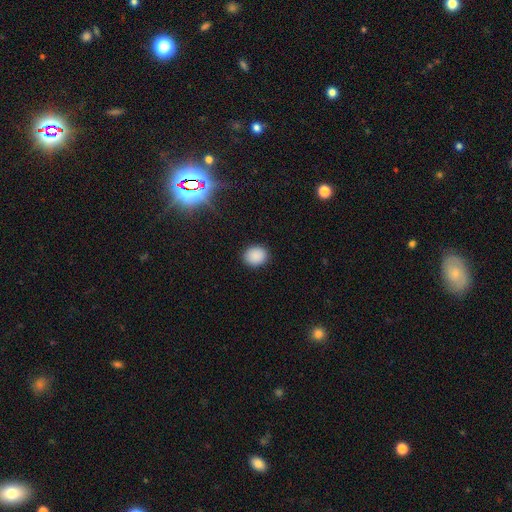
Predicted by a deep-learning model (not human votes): This appears to be a smooth galaxy with no disk features (87%) that is round (60%). Merging: none (89%).